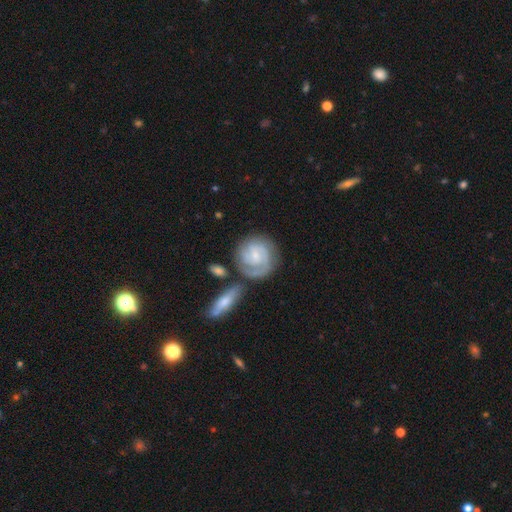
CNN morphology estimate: Smooth or featured? featured or disk (72%)
Edge-on disk? no (97%)
Bar? no (61%)
Spiral arms? yes (93%)
Spiral winding? tight (63%)
Spiral arm count? 2 (40%)
Bulge size? small (66%)
Merging? none (61%)